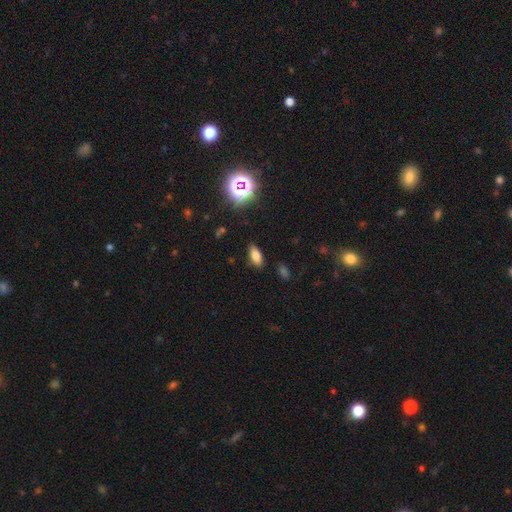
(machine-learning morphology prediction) smooth_or_featured: smooth (p=0.74) [alt: star or artifact p=0.15]
how_rounded: in between (p=0.84) [alt: cigar-shaped p=0.11]
merging: none (p=0.87) [alt: minor disturbance p=0.09]